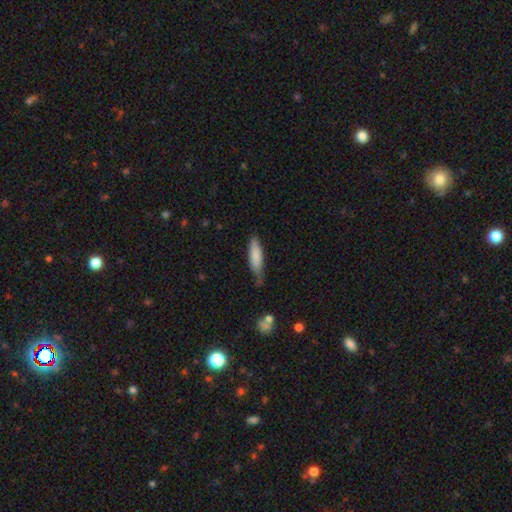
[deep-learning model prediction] This appears to be a smooth galaxy with no disk features (80%) that is cigar-shaped (65%). Merging: none (57%).